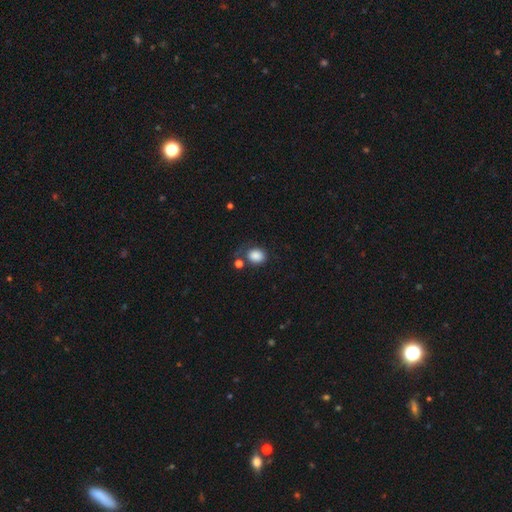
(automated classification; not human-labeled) A smooth galaxy with no disk features (86%) that is round (53%).

Vote fractions:
- Smooth or featured? smooth: 86% / star or artifact: 9% / featured or disk: 5%
- How rounded? round: 53% / in between: 46% / cigar-shaped: 1%
- Merging? none: 61% / minor disturbance: 19% / merger: 10% / major disturbance: 10%